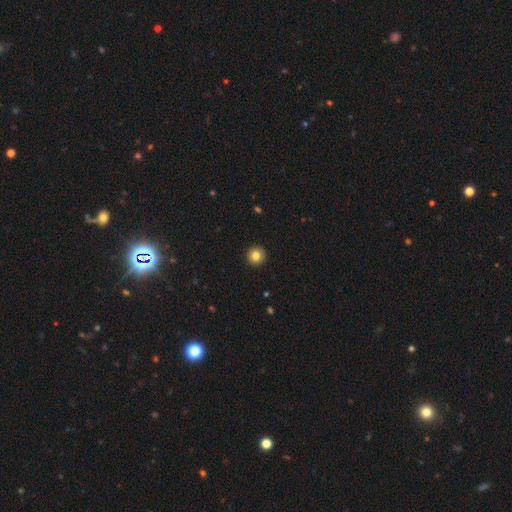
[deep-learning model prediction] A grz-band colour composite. It shows a smooth galaxy with no disk features (84%) that is round (96%). Merging: none (94%).